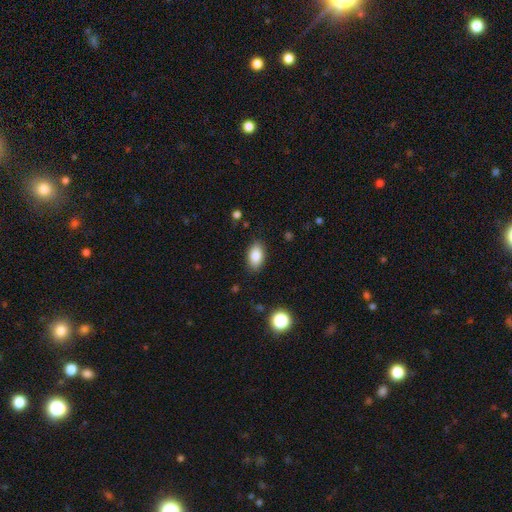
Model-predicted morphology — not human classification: smooth-or-featured: smooth: 86% | star or artifact: 8% | featured or disk: 6%
  how-rounded: in between: 91% | round: 7% | cigar-shaped: 2%
  merging: none: 86% | minor disturbance: 10% | major disturbance: 3% | merger: 1%